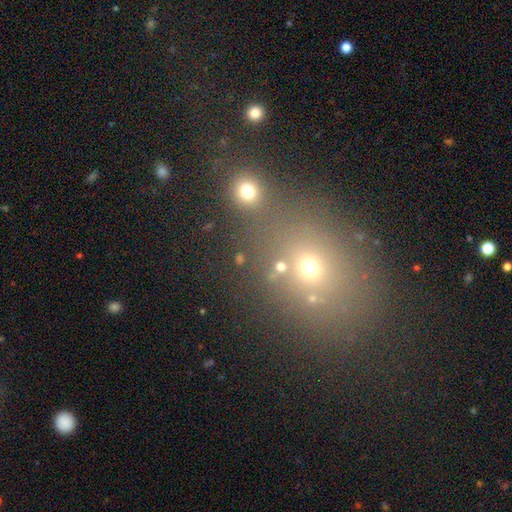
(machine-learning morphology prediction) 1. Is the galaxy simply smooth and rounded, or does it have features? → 47% smooth, 38% star or artifact, 15% featured or disk.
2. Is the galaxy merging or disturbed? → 57% none, 23% merger, 12% minor disturbance, 8% major disturbance.